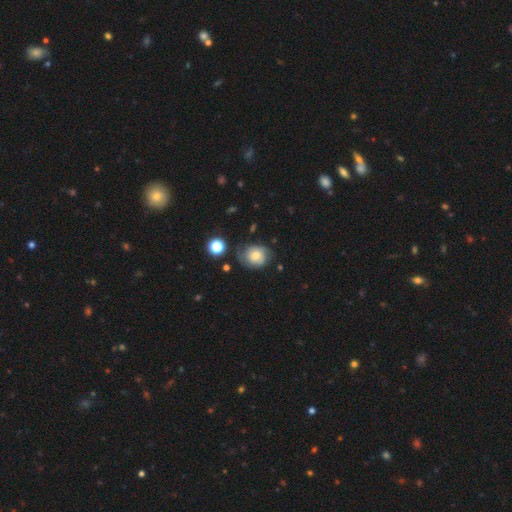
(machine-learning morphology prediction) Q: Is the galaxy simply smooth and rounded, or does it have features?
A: smooth — 57%.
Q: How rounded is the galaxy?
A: round — 68%.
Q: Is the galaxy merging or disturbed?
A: none — 61%.